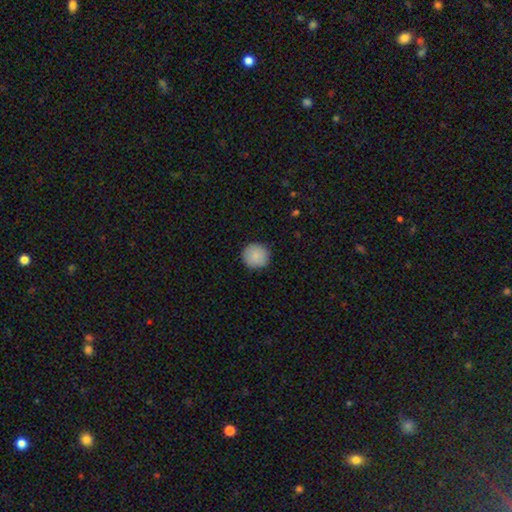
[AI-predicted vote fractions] Smooth or featured?
  - smooth: 89% *
  - star or artifact: 7%
  - featured or disk: 4%
How rounded?
  - round: 94% *
  - in between: 5%
  - cigar-shaped: 1%
Merging?
  - none: 90% *
  - minor disturbance: 7%
  - major disturbance: 2%
  - merger: 1%